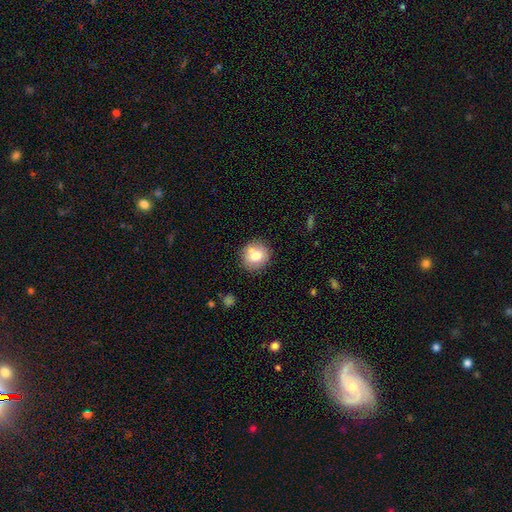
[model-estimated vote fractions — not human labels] Overall: smooth (75%). How rounded: round (87%). Merging: none (77%).